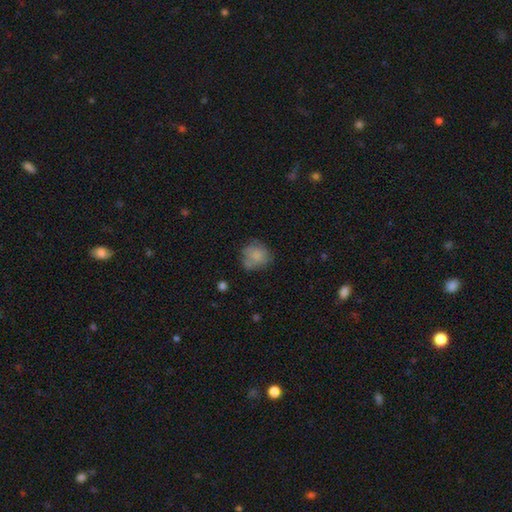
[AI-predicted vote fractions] Q: Smooth or featured?
A: smooth (72%); runner-up: featured or disk (19%)
Q: How rounded?
A: round (80%); runner-up: in between (19%)
Q: Merging?
A: none (58%); runner-up: minor disturbance (26%)